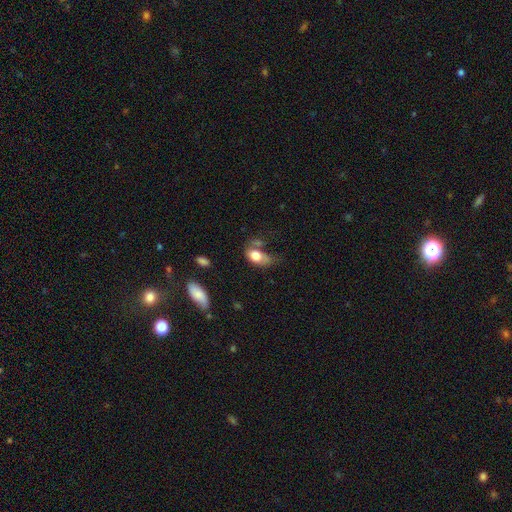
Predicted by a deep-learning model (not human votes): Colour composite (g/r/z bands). It shows a smooth galaxy with no disk features (76%) that is in between round and cigar-shaped (85%). Merging: minor disturbance (27%).